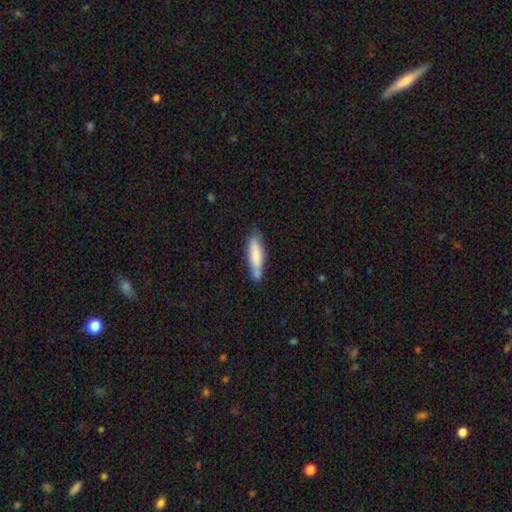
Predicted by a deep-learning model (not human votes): The model was most divided on "how rounded": cigar-shaped: 65%, in between: 34%, round: 2%. More confident: smooth or featured — smooth (72%); merging — none (60%).